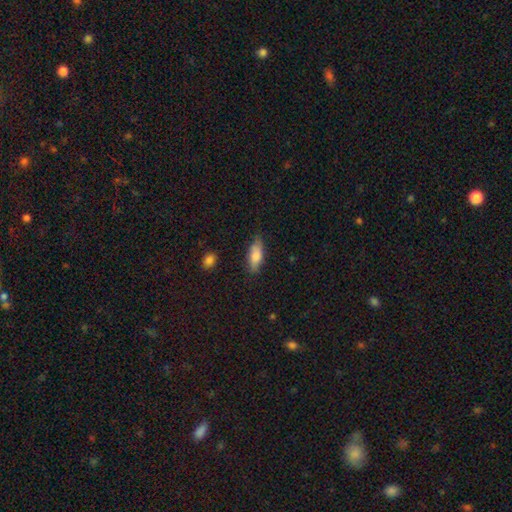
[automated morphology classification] This is likely a smooth galaxy (76%). How rounded: likely in between (72%). Merging: likely none (76%).